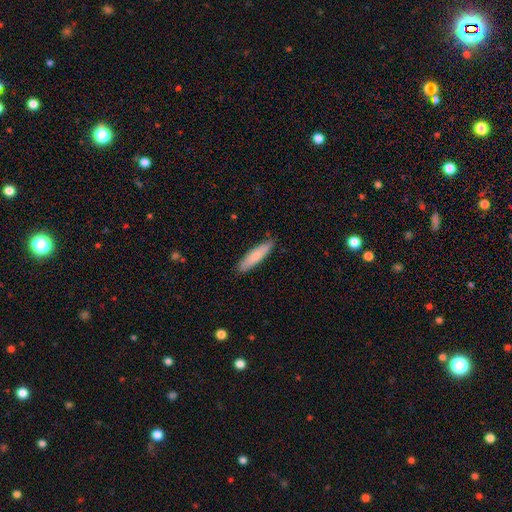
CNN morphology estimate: Smooth or featured? smooth (78%)
How rounded? cigar-shaped (79%)
Merging? none (85%)